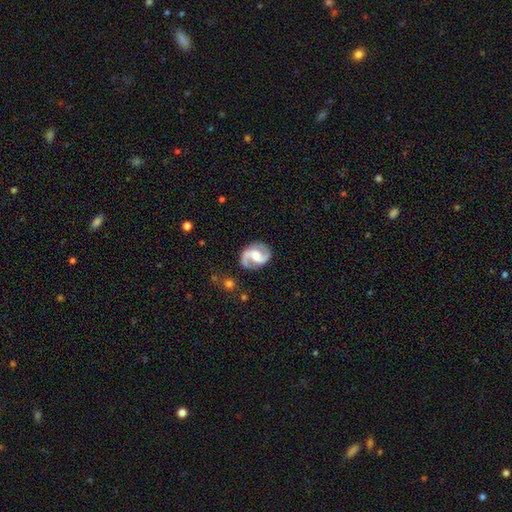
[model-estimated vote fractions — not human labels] A featured or disk galaxy (89%) with a weak bar (44%), 2 (93%) medium (54%) spiral arms (97%) and a moderate central bulge (57%). Merging: none (81%).